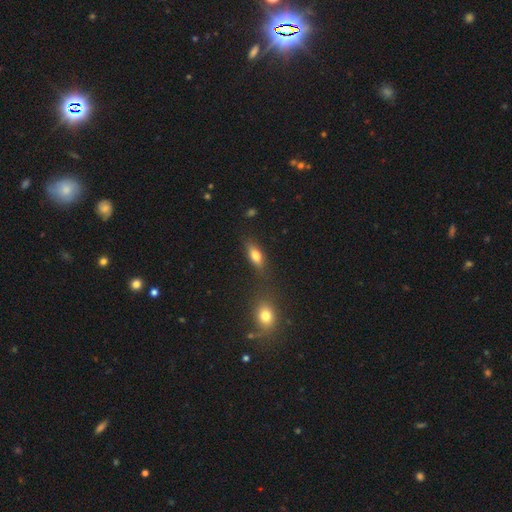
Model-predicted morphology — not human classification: This appears to be a smooth galaxy with no disk features (75%) that is in between round and cigar-shaped (73%). Merging: none (72%).